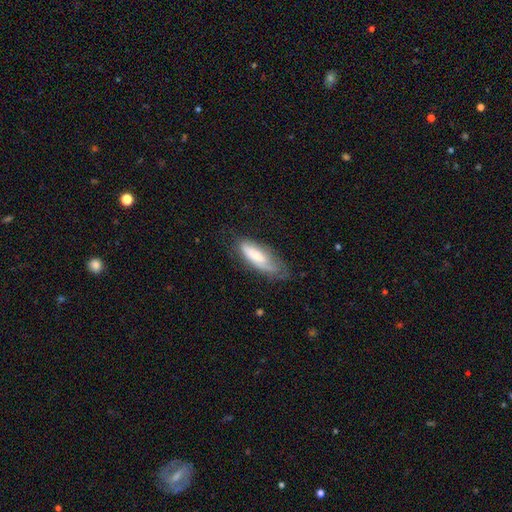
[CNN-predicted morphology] smooth-or-featured: smooth: 60% | featured or disk: 33% | star or artifact: 6%
  how-rounded: in between: 63% | cigar-shaped: 35% | round: 2%
  merging: none: 49% | minor disturbance: 32% | major disturbance: 16% | merger: 2%